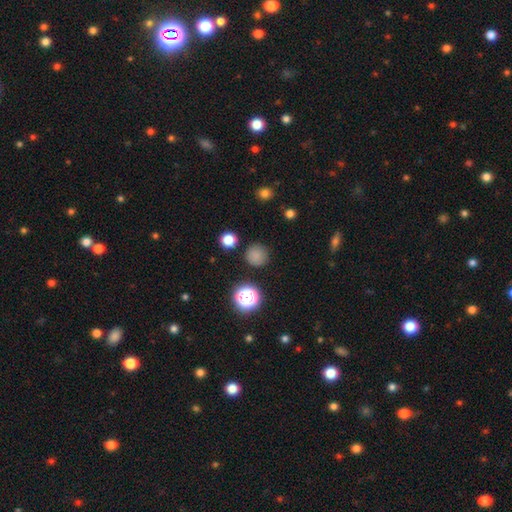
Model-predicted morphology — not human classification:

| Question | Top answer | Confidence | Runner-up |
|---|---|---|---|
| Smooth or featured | smooth | 78% | star or artifact (17%) |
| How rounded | round | 94% | in between (5%) |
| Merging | none | 86% | minor disturbance (9%) |